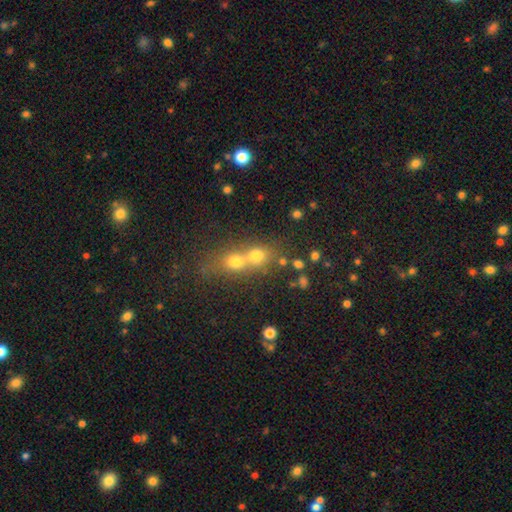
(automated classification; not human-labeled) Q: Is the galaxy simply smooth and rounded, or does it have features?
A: smooth — 68%.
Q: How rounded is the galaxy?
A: round — 63%.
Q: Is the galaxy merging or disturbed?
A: merger — 64%.